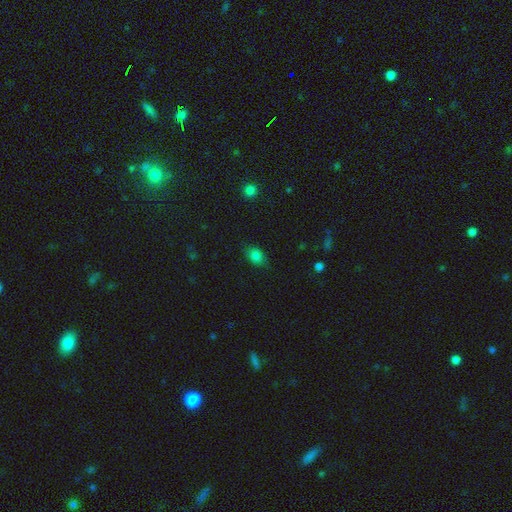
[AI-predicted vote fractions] smooth 81%, star or artifact 12%, featured or disk 6%. Down the decision tree: how rounded — in between (79%); merging — none (76%).